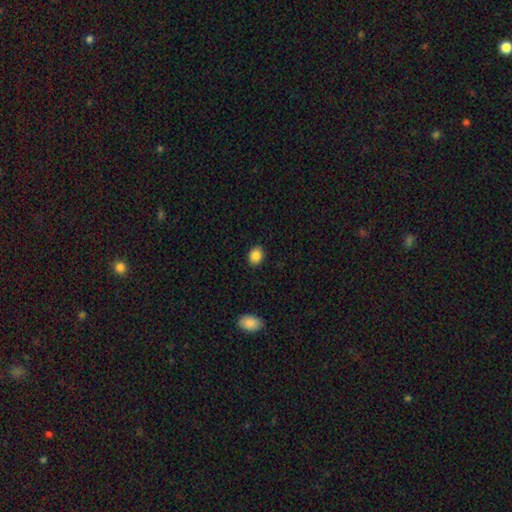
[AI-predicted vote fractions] This is clearly a smooth galaxy (86%). How rounded: possibly in between (52%). Merging: clearly none (89%).